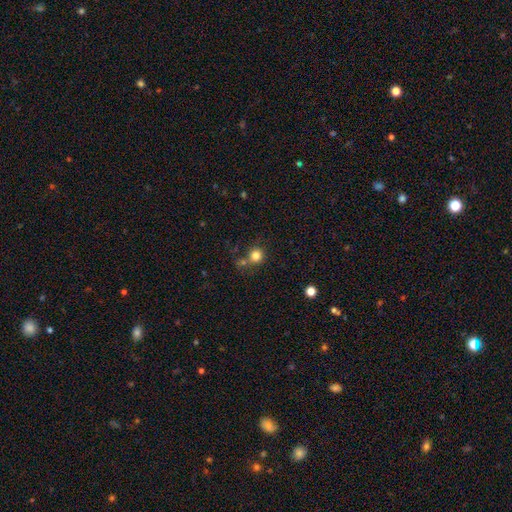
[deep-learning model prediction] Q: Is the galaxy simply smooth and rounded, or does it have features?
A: smooth — 81%.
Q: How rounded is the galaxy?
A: round — 91%.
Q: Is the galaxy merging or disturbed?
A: none — 66%.